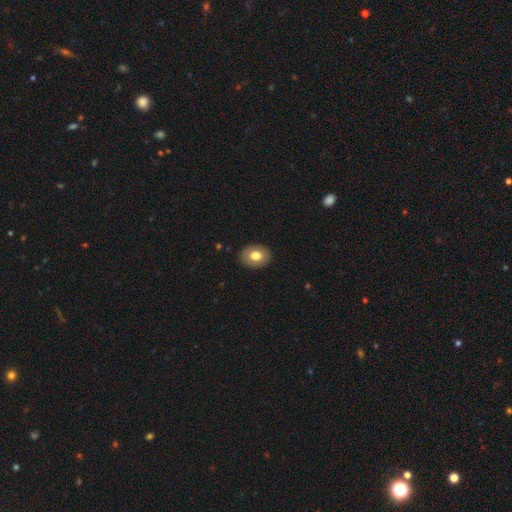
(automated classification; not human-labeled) This is likely a smooth galaxy (74%). How rounded: likely in between (65%). Merging: clearly none (88%).